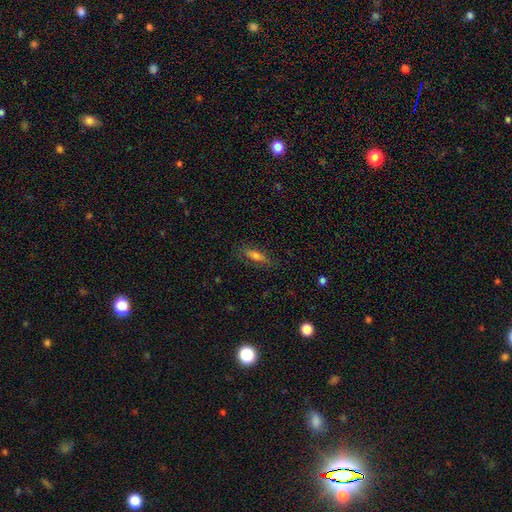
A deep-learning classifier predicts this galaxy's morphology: The model was most divided on "how rounded": cigar-shaped: 56%, in between: 41%, round: 3%. More confident: merging — none (81%); smooth or featured — smooth (67%).